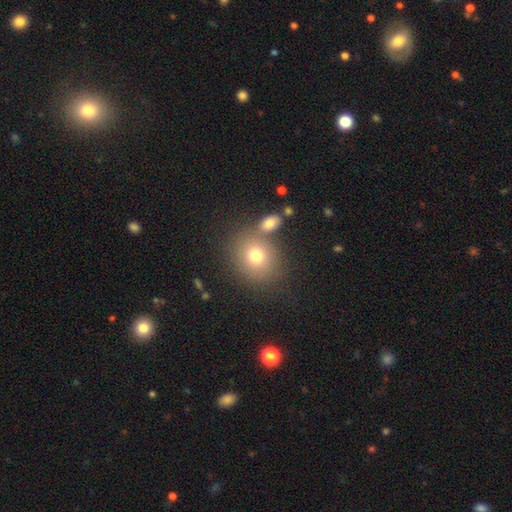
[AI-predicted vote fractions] Overall: smooth (74%). How rounded: round (75%). Merging: none (66%).